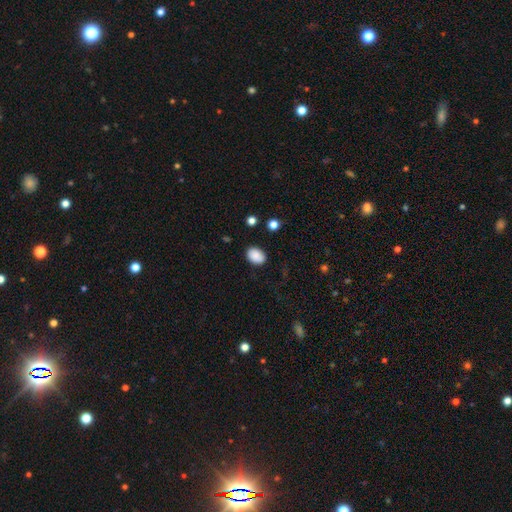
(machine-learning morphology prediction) Smooth or featured? Predicted: smooth (p=0.89). How rounded? Predicted: in between (p=0.76). Merging? Predicted: none (p=0.84).